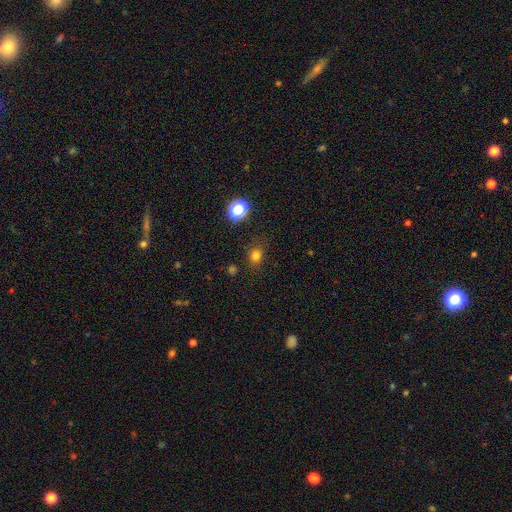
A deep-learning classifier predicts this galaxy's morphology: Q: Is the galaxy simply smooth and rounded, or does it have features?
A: smooth — 77%.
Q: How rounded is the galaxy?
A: round — 68%.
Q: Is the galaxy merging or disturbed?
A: none — 81%.